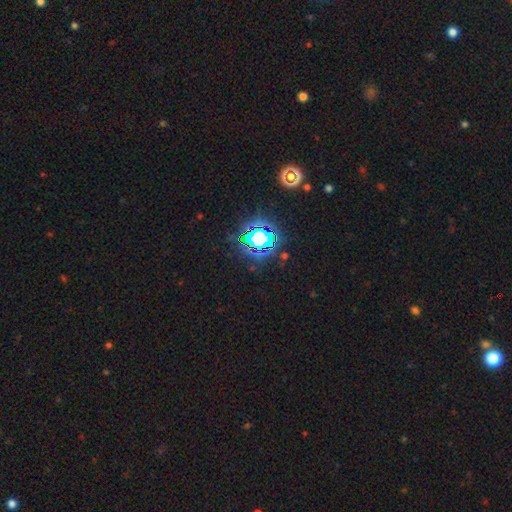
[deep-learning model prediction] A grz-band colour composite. It shows a star or artifact, not a galaxy (82%).